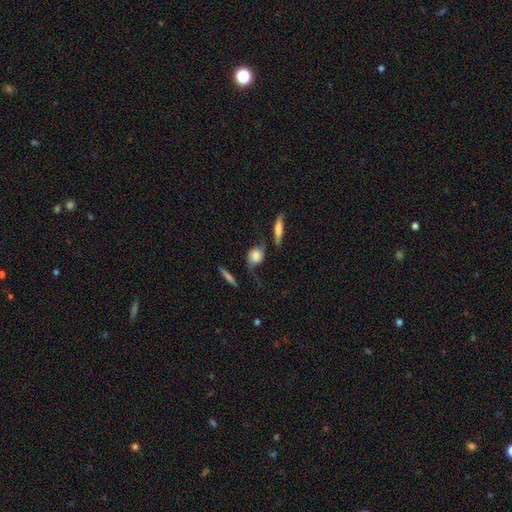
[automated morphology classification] This is possibly a smooth galaxy (50%). Merging: possibly none (48%).